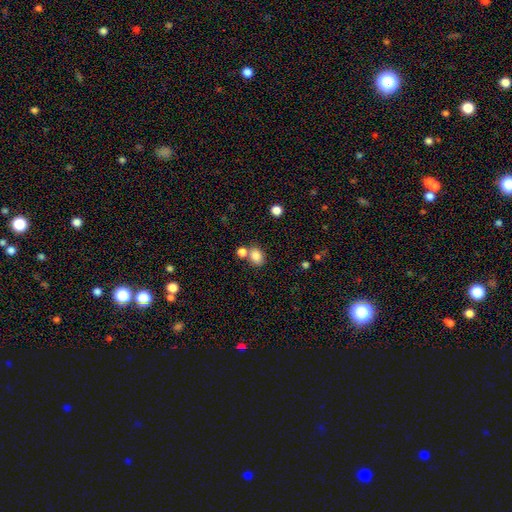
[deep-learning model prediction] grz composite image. It shows a smooth galaxy with no disk features (84%) that is in between round and cigar-shaped (54%). Merging: none (61%).